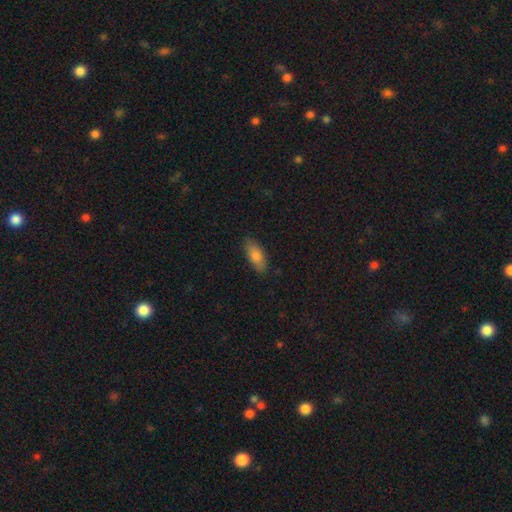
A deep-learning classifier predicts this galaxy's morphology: smooth_or_featured: smooth (p=0.80) [alt: featured or disk p=0.13]
how_rounded: in between (p=0.80) [alt: cigar-shaped p=0.18]
merging: none (p=0.85) [alt: minor disturbance p=0.12]